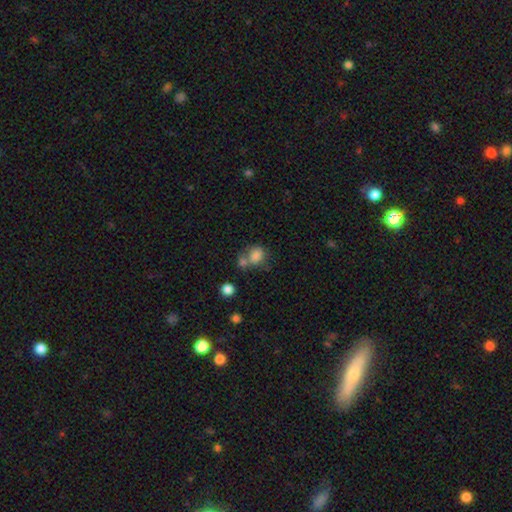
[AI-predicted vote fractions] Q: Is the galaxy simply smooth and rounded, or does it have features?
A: smooth — 81%.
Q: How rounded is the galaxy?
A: round — 55%.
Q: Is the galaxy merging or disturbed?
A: none — 42%.